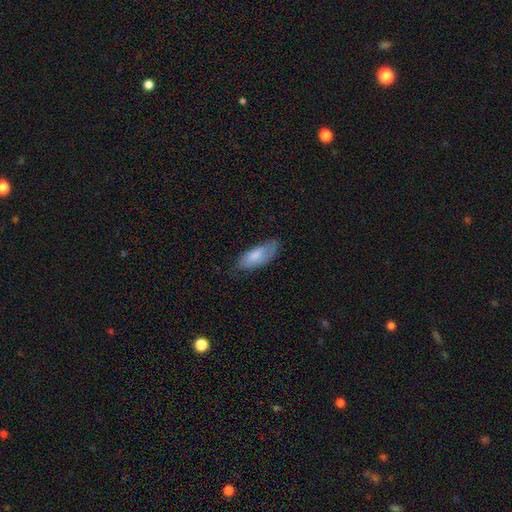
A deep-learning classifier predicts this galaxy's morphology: A smooth galaxy with no disk features (72%) that is in between round and cigar-shaped (78%).

Vote fractions:
- Smooth or featured? smooth: 72% / featured or disk: 22% / star or artifact: 6%
- How rounded? in between: 78% / cigar-shaped: 20% / round: 2%
- Merging? none: 63% / minor disturbance: 28% / major disturbance: 8% / merger: 1%